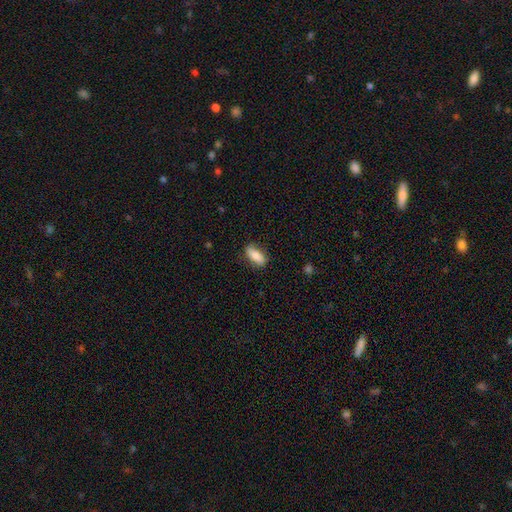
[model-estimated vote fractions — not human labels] A smooth galaxy with no disk features (81%) that is in between round and cigar-shaped (78%).

Vote fractions:
- Smooth or featured? smooth: 81% / featured or disk: 13% / star or artifact: 7%
- How rounded? in between: 78% / cigar-shaped: 19% / round: 3%
- Merging? none: 80% / minor disturbance: 16% / major disturbance: 3% / merger: 1%